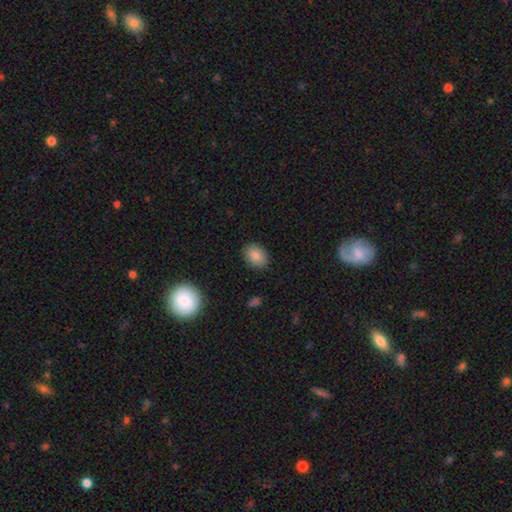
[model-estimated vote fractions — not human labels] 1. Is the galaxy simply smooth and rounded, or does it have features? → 86% smooth, 8% star or artifact, 6% featured or disk.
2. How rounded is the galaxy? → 76% in between, 23% round, 1% cigar-shaped.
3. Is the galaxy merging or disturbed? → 87% none, 9% minor disturbance, 2% major disturbance, 1% merger.